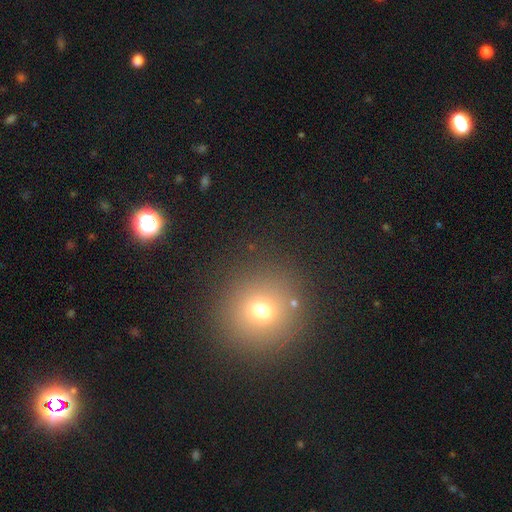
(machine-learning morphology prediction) A smooth galaxy with no disk features (62%) that is round (93%).

Vote fractions:
- Smooth or featured? smooth: 62% / star or artifact: 29% / featured or disk: 9%
- How rounded? round: 93% / in between: 5% / cigar-shaped: 1%
- Merging? none: 89% / minor disturbance: 6% / merger: 3% / major disturbance: 3%